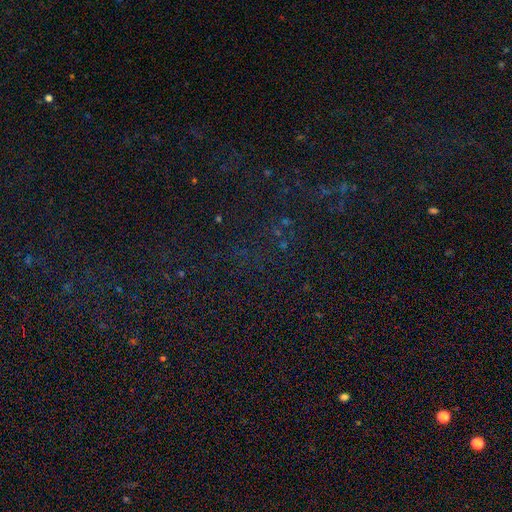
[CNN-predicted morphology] star or artifact 75%, smooth 14%, featured or disk 10%.